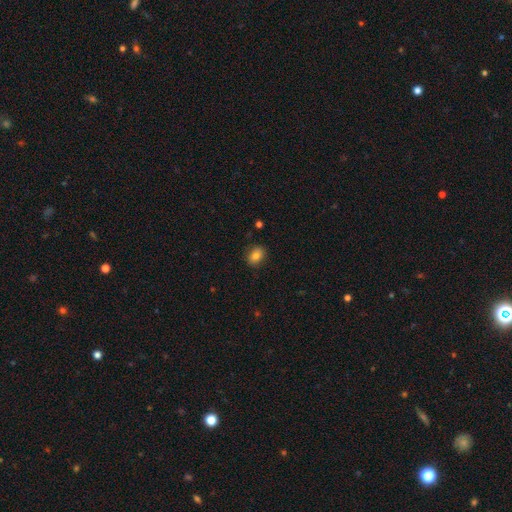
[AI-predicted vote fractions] The model was most divided on "how rounded": in between: 61%, round: 38%, cigar-shaped: 1%. More confident: merging — none (87%); smooth or featured — smooth (82%).